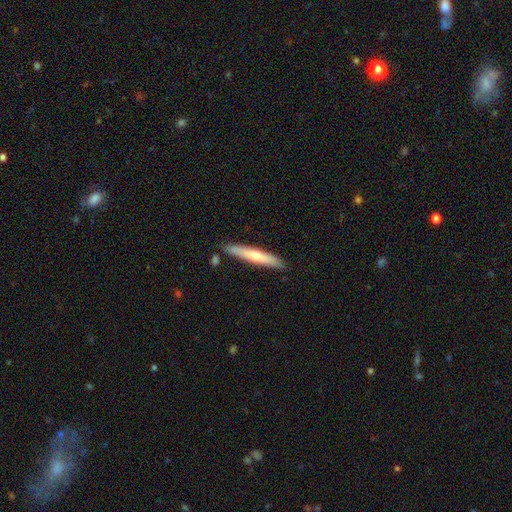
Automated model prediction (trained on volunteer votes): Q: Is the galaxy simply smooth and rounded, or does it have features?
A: smooth — 57%.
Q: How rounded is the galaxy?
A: cigar-shaped — 92%.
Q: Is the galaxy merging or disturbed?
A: none — 85%.